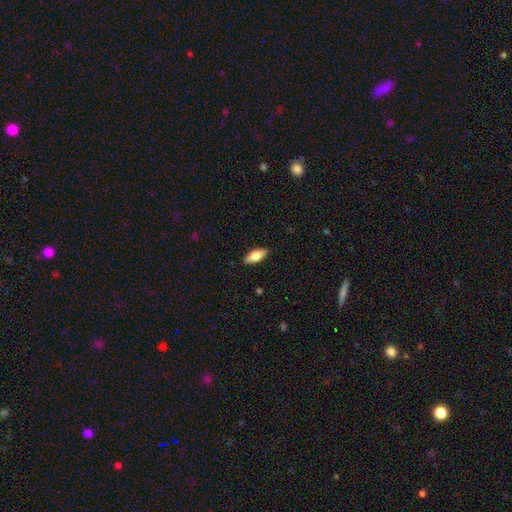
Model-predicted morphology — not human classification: smooth_or_featured: smooth (p=0.68) [alt: featured or disk p=0.25]
how_rounded: in between (p=0.79) [alt: cigar-shaped p=0.19]
merging: none (p=0.88) [alt: minor disturbance p=0.09]